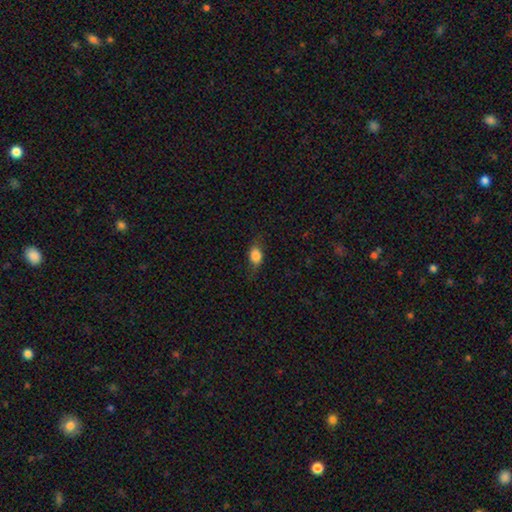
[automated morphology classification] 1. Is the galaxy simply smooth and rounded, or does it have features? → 83% smooth, 9% star or artifact, 8% featured or disk.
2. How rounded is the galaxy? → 76% in between, 20% round, 4% cigar-shaped.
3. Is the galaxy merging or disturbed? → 72% none, 20% minor disturbance, 7% major disturbance, 1% merger.